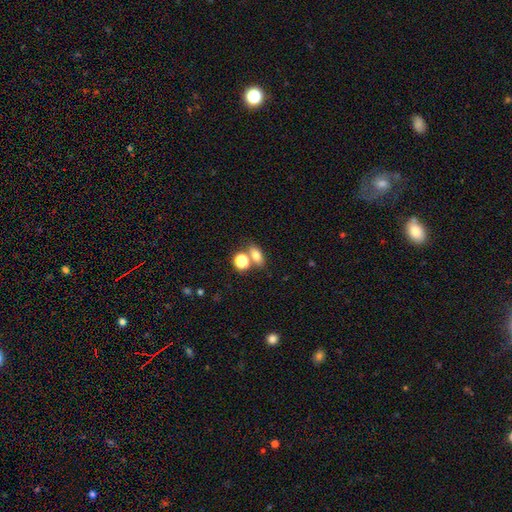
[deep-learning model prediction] A smooth galaxy with no disk features (76%) that is in between round and cigar-shaped (73%).

Vote fractions:
- Smooth or featured? smooth: 76% / star or artifact: 13% / featured or disk: 11%
- How rounded? in between: 73% / round: 23% / cigar-shaped: 4%
- Merging? none: 59% / merger: 27% / minor disturbance: 10% / major disturbance: 4%